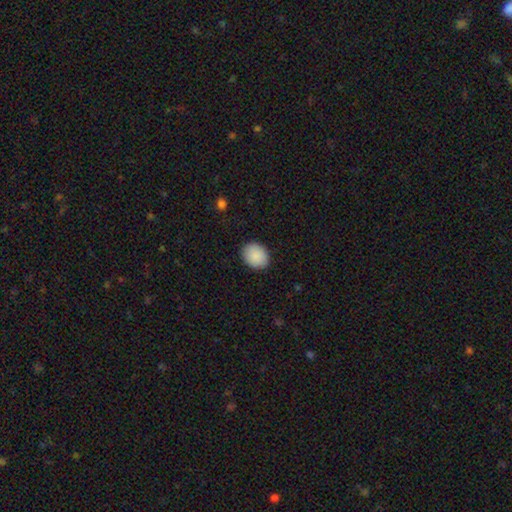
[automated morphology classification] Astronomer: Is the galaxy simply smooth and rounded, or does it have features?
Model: smooth — 90%.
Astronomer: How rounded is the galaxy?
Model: round — 54% (runner-up: in between, 45%).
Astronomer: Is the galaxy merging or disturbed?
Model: none — 89%.